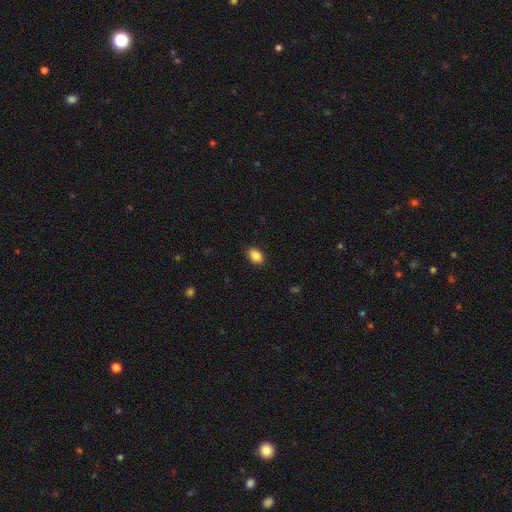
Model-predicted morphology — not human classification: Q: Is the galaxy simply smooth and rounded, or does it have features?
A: smooth — 87%.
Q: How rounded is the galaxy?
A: in between — 80%.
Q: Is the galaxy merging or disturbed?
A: none — 89%.